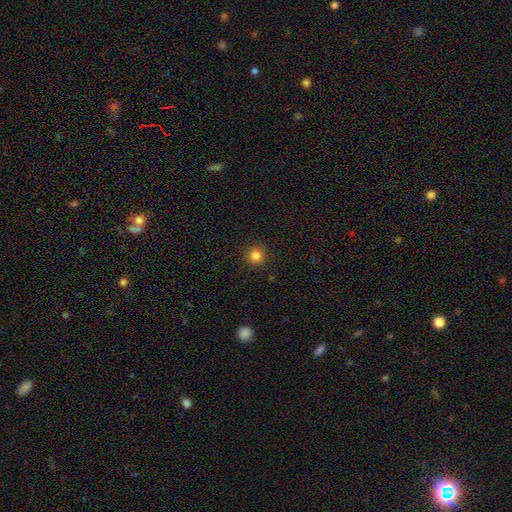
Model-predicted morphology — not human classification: Smooth or featured?
  - smooth: 83% *
  - star or artifact: 13%
  - featured or disk: 4%
How rounded?
  - round: 94% *
  - in between: 5%
  - cigar-shaped: 1%
Merging?
  - none: 92% *
  - minor disturbance: 5%
  - major disturbance: 2%
  - merger: 1%